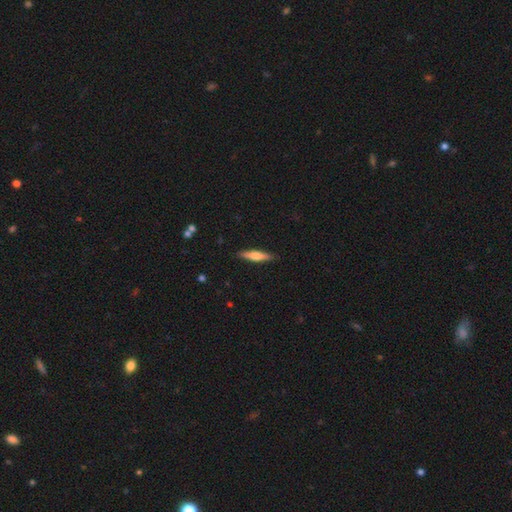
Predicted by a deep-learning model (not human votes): This is possibly a smooth galaxy (57%). How rounded: clearly cigar-shaped (84%). Merging: clearly none (89%).